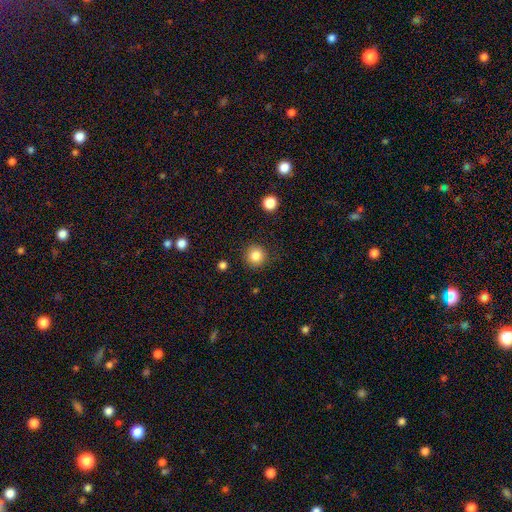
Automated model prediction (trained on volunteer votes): Smooth or featured? Predicted: smooth (p=0.85). How rounded? Predicted: round (p=0.93). Merging? Predicted: none (p=0.87).